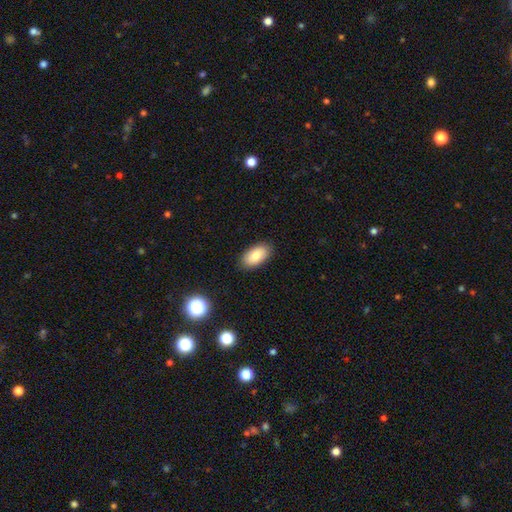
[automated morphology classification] smooth-or-featured: smooth: 81% | featured or disk: 11% | star or artifact: 8%
  how-rounded: in between: 94% | round: 4% | cigar-shaped: 2%
  merging: none: 88% | minor disturbance: 9% | major disturbance: 2% | merger: 1%